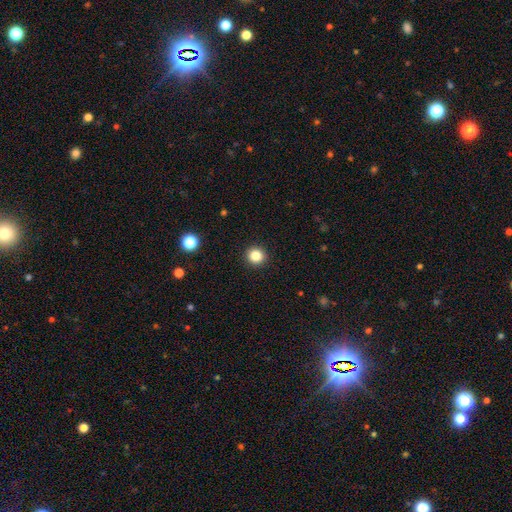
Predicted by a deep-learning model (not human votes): Smooth or featured: smooth — 84% (star or artifact — 11%)
How rounded: round — 93% (in between — 6%)
Merging: none — 93% (minor disturbance — 4%)